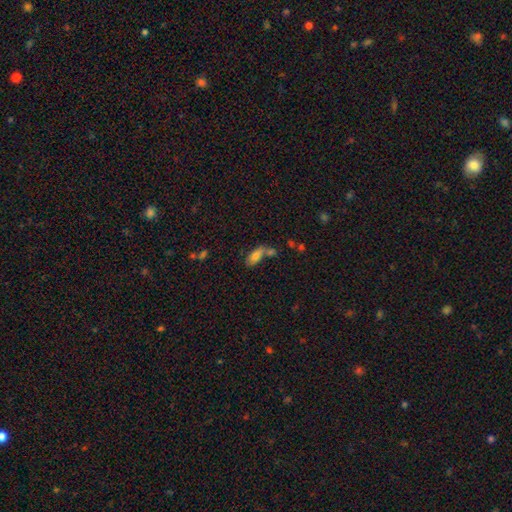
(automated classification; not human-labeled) Overall: smooth (74%). How rounded: in between (82%). Merging: none (41%; merger 37%).